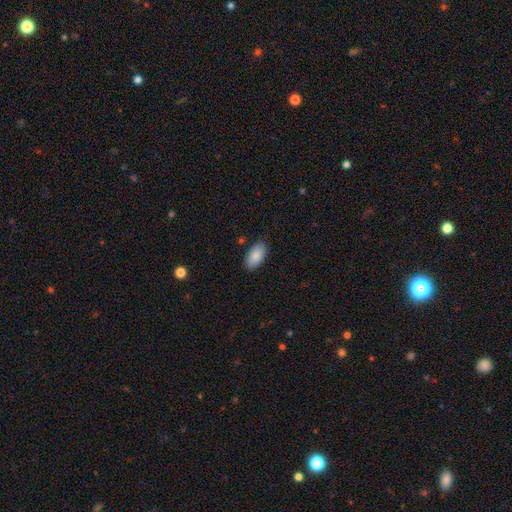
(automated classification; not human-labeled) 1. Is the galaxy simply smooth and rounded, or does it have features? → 87% smooth, 7% featured or disk, 6% star or artifact.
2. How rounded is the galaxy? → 94% in between, 3% cigar-shaped, 3% round.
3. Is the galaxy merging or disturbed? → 87% none, 10% minor disturbance, 2% major disturbance, 1% merger.